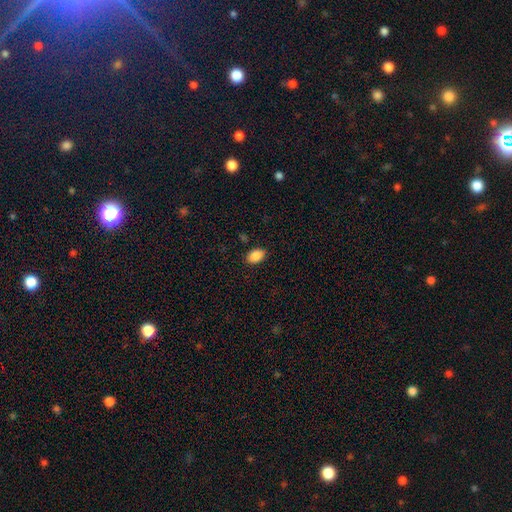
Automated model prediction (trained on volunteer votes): A smooth galaxy with no disk features (88%) that is in between round and cigar-shaped (88%). Merging: none (88%).